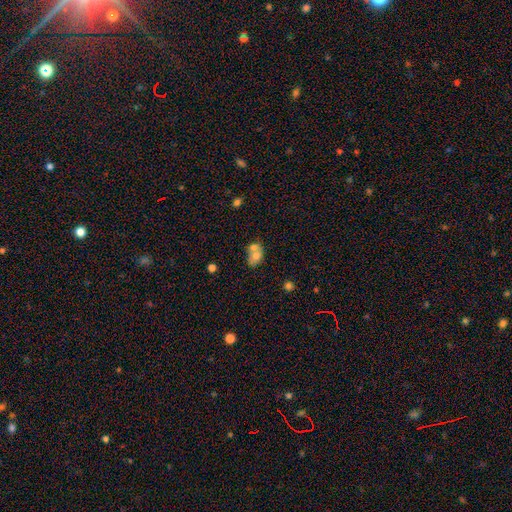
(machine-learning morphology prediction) A smooth galaxy with no disk features (68%) that is in between round and cigar-shaped (63%).

Vote fractions:
- Smooth or featured? smooth: 68% / featured or disk: 23% / star or artifact: 9%
- How rounded? in between: 63% / round: 35% / cigar-shaped: 1%
- Merging? merger: 58% / none: 28% / minor disturbance: 10% / major disturbance: 4%